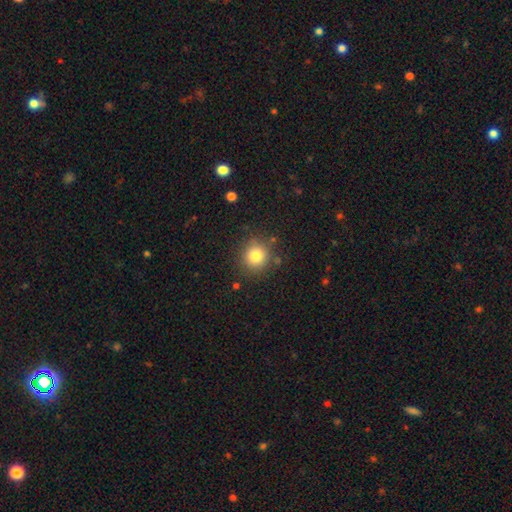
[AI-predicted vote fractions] Smooth or featured? Predicted: smooth (p=0.80). How rounded? Predicted: round (p=0.89). Merging? Predicted: none (p=0.85).